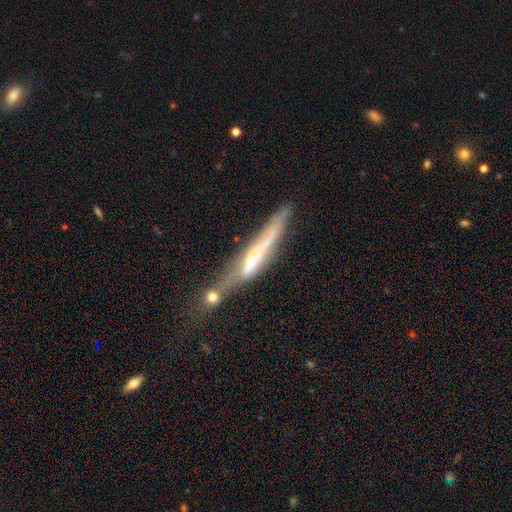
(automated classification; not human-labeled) Smooth or featured?
  - featured or disk: 65% *
  - smooth: 27%
  - star or artifact: 9%
Edge-on disk?
  - yes: 80% *
  - no: 20%
Edge-on bulge?
  - none: 44% *
  - rounded: 32%
  - boxy: 24%
Merging?
  - none: 36% *
  - merger: 24%
  - minor disturbance: 23%
  - major disturbance: 18%